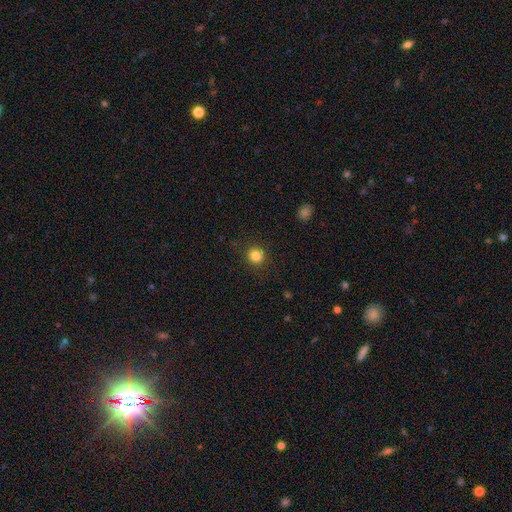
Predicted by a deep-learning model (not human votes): Smooth or featured? Predicted: smooth (p=0.83). How rounded? Predicted: round (p=0.93). Merging? Predicted: none (p=0.91).